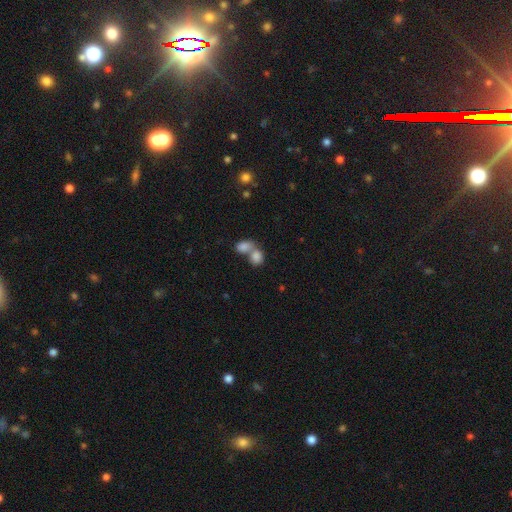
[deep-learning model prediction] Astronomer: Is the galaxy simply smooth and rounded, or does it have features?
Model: smooth — 83%.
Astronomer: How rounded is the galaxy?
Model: in between — 60% (runner-up: round, 38%).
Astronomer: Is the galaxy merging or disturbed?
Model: merger — 66%.